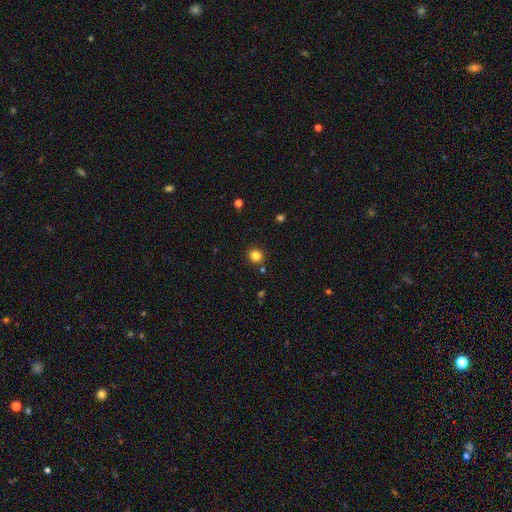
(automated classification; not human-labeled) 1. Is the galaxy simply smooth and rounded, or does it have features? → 83% smooth, 12% star or artifact, 5% featured or disk.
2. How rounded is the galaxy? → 91% round, 8% in between, 1% cigar-shaped.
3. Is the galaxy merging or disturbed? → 89% none, 6% minor disturbance, 3% merger, 2% major disturbance.